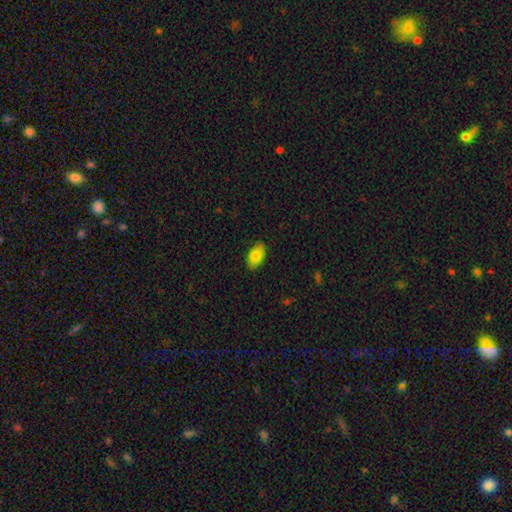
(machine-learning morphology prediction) The model was most divided on "merging": none: 86%, minor disturbance: 11%, major disturbance: 2%, merger: 1%. More confident: how rounded — in between (93%); smooth or featured — smooth (85%).